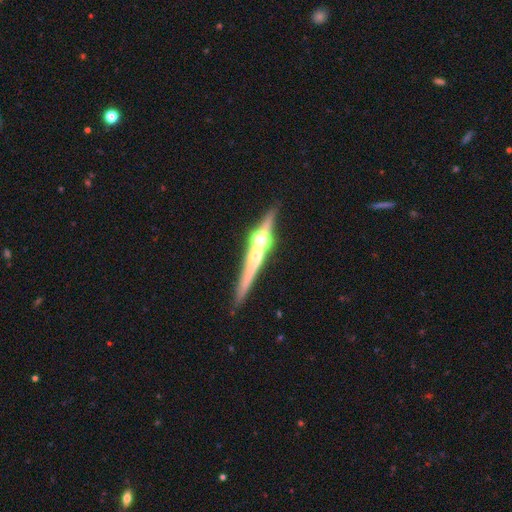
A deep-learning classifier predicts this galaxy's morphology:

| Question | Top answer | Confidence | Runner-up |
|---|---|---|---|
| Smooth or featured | featured or disk | 70% | smooth (20%) |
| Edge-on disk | yes | 95% | no (5%) |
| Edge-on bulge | rounded | 83% | none (11%) |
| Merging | none | 74% | merger (14%) |